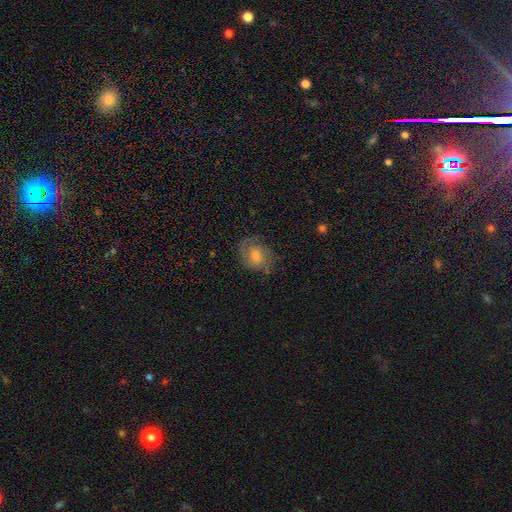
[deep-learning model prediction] The model was most divided on "spiral winding" (2-way tie): medium: 43%, tight: 43%, loose: 14%. Remaining: edge-on disk — no (97%); spiral arms — yes (89%); merging — none (71%); smooth or featured — featured or disk (62%); bar — no (58%); spiral arm count — 2 (56%); bulge size — moderate (45%).